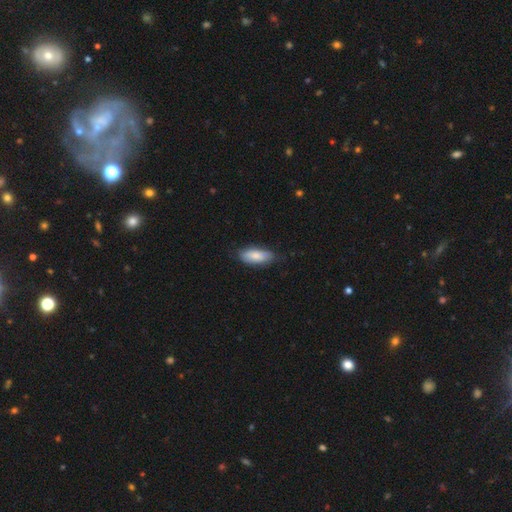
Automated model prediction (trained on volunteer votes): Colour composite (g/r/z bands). It shows a smooth galaxy with no disk features (81%) that is in between round and cigar-shaped (80%). Merging: none (74%).